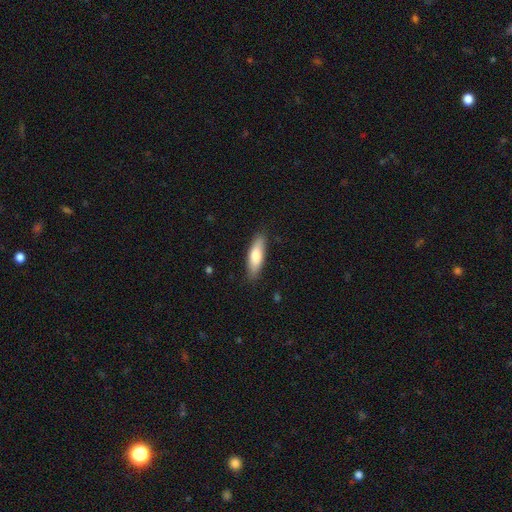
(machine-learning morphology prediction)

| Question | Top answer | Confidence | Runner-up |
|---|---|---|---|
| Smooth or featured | smooth | 75% | featured or disk (20%) |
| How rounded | in between | 50% | cigar-shaped (48%) |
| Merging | none | 86% | minor disturbance (11%) |